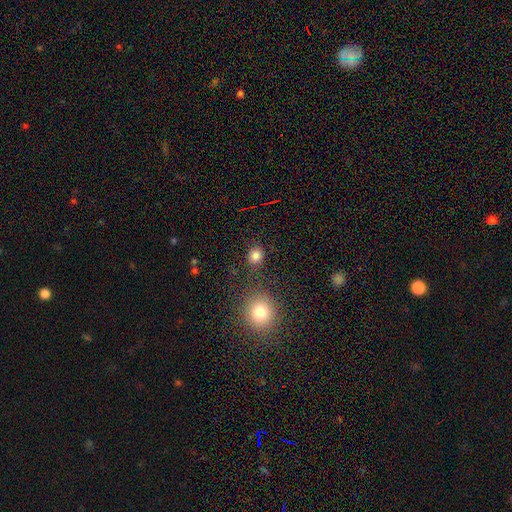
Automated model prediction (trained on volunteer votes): smooth 83%, star or artifact 13%, featured or disk 4%. Down the decision tree: how rounded — round (79%); merging — none (80%).